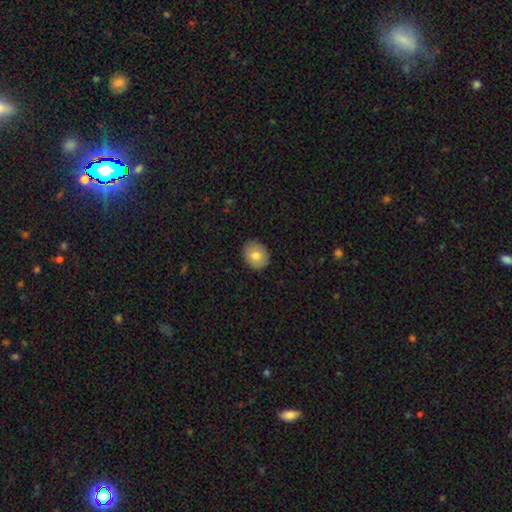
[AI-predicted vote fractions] The model was most divided on "how rounded": round: 52%, in between: 47%, cigar-shaped: 1%. More confident: merging — none (88%); smooth or featured — smooth (81%).